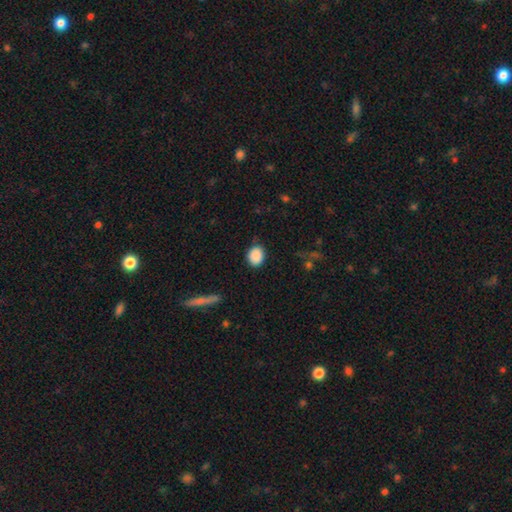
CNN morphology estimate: This is clearly a smooth galaxy (89%). How rounded: possibly round (50%). Merging: clearly none (81%).